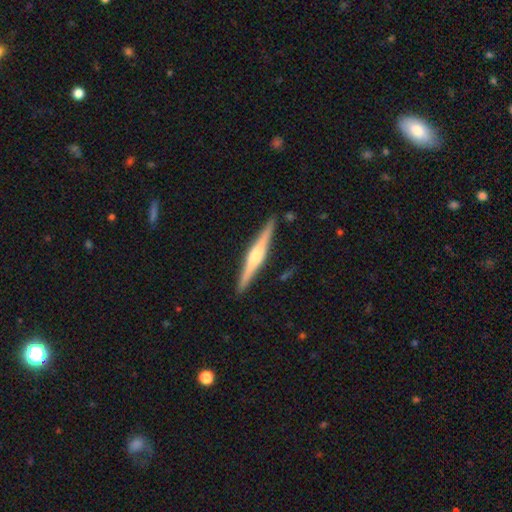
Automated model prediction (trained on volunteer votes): A featured or disk galaxy (75%) viewed edge-on (98%) with a rounded central bulge (82%). Merging: none (91%).